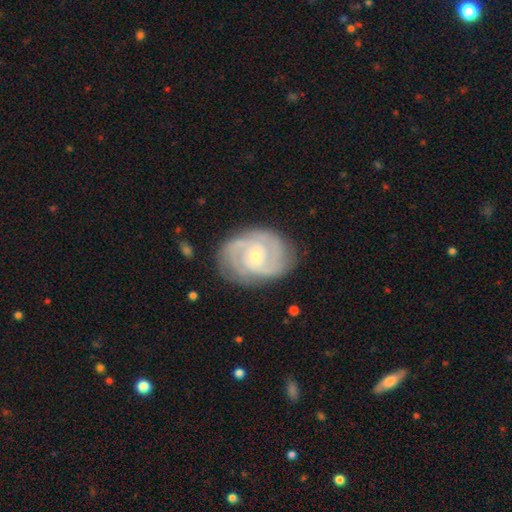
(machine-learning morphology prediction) Smooth or featured: featured or disk — 87% (smooth — 8%)
Edge-on disk: no — 98% (yes — 2%)
Bar: no — 64% (weak — 31%)
Spiral arms: yes — 97% (no — 3%)
Spiral winding: tight — 62% (medium — 33%)
Spiral arm count: 2 — 42% (3 — 27%)
Bulge size: small — 69% (moderate — 28%)
Merging: none — 78% (minor disturbance — 16%)